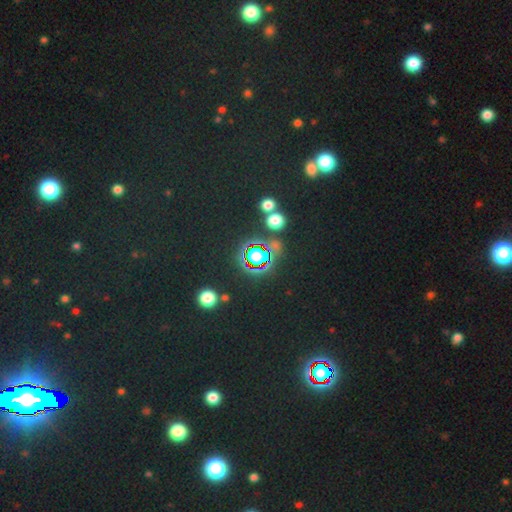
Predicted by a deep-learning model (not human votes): The model was most divided on "smooth or featured": star or artifact: 64%, smooth: 25%, featured or disk: 11%.